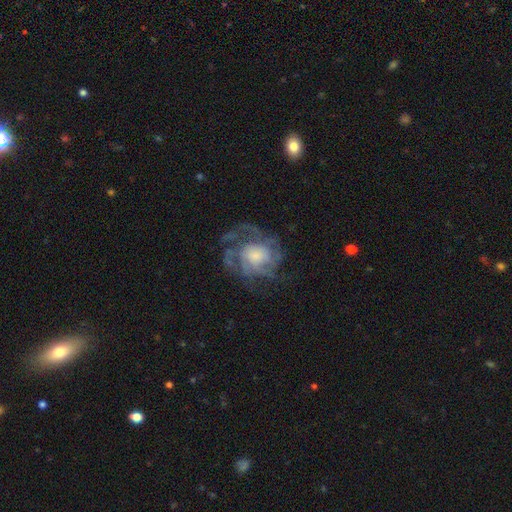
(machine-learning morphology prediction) smooth-or-featured: featured or disk: 77% | smooth: 15% | star or artifact: 7%
  disk-edge-on: no: 98% | yes: 2%
    bar: no: 77% | weak: 20% | strong: 3%
    has-spiral-arms: yes: 87% | no: 13%
      spiral-winding: tight: 44% | medium: 39% | loose: 17%
      spiral-arm-count: can't tell: 37% | 3: 20% | 4: 15% | 2: 14% | more than 4: 7% | 1: 7%
    bulge-size: moderate: 38% | large: 29% | small: 23% | none: 7% | dominant: 3%
  merging: none: 56% | major disturbance: 24% | minor disturbance: 18% | merger: 2%